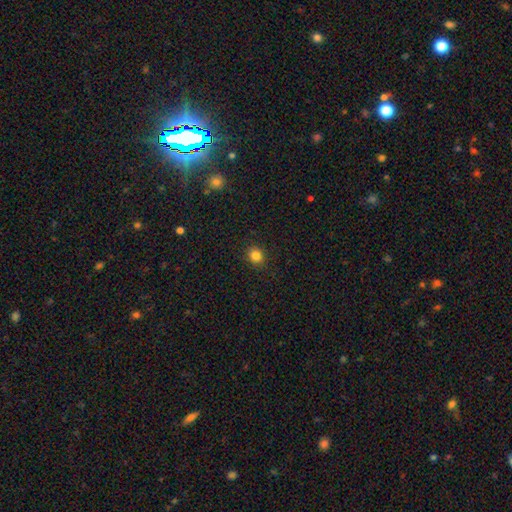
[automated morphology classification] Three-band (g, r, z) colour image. It shows a smooth galaxy with no disk features (84%) that is round (75%). Merging: none (90%).